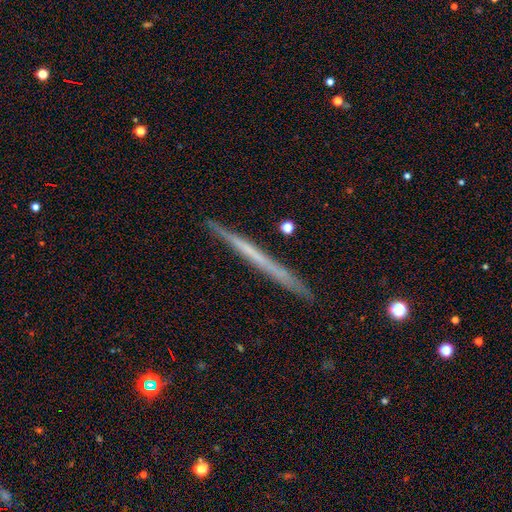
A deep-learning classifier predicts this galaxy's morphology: smooth-or-featured: featured or disk: 53% | smooth: 40% | star or artifact: 6%
  disk-edge-on: yes: 97% | no: 3%
    edge-on-bulge: none: 93% | rounded: 4% | boxy: 2%
  merging: none: 91% | minor disturbance: 7% | merger: 1% | major disturbance: 1%